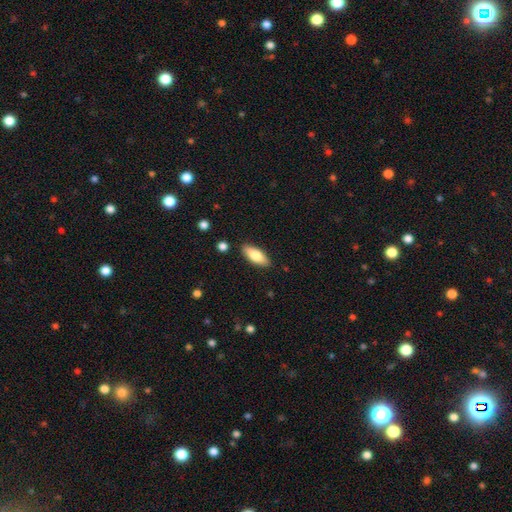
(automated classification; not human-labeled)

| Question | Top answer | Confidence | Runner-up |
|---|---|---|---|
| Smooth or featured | smooth | 74% | featured or disk (20%) |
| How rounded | in between | 79% | cigar-shaped (19%) |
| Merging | none | 88% | minor disturbance (9%) |